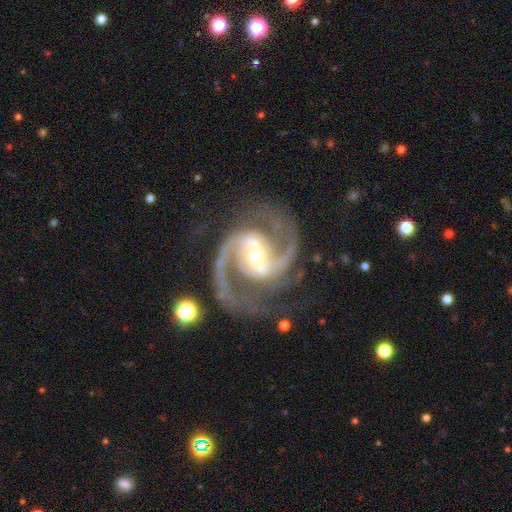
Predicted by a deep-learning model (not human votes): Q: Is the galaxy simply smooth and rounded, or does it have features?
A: featured or disk — 94%.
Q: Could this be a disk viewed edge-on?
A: no — 98%.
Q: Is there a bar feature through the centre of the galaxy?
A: strong — 41%.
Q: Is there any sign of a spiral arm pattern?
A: yes — 99%.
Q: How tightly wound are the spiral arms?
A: medium — 69%.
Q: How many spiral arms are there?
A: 2 — 92%.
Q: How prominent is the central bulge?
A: moderate — 65%.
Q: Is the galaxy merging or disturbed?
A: none — 77%.